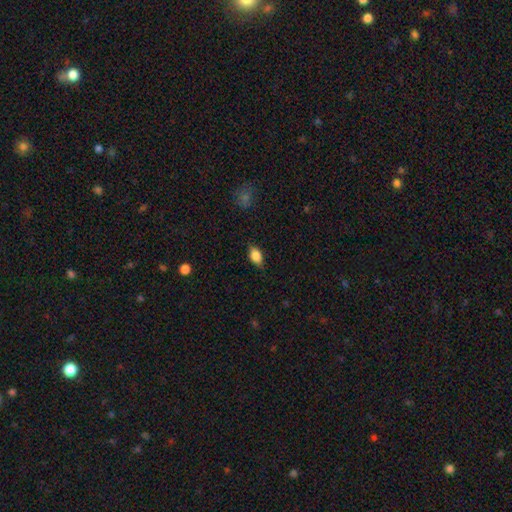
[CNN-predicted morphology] The model was most divided on "merging": none: 78%, minor disturbance: 17%, major disturbance: 4%, merger: 1%. More confident: how rounded — in between (84%); smooth or featured — smooth (78%).